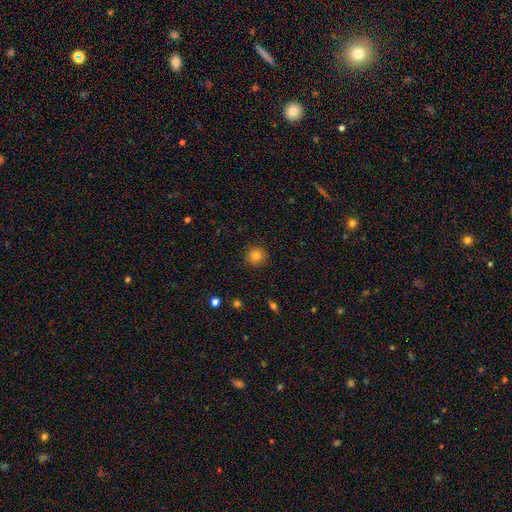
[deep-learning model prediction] Smooth or featured? Predicted: smooth (p=0.82). How rounded? Predicted: round (p=0.92). Merging? Predicted: none (p=0.90).